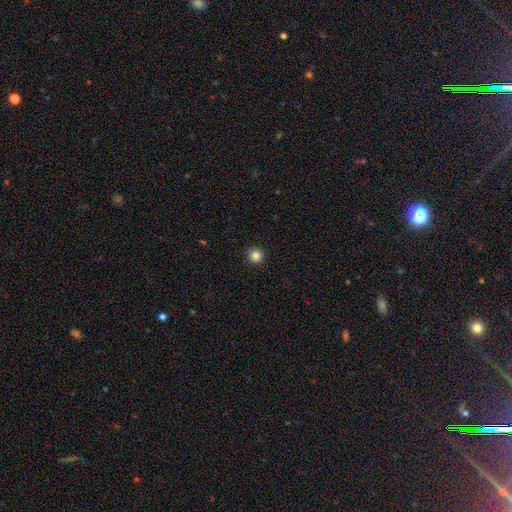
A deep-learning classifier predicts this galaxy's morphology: This appears to be a smooth galaxy with no disk features (85%) that is round (96%). Merging: none (93%).